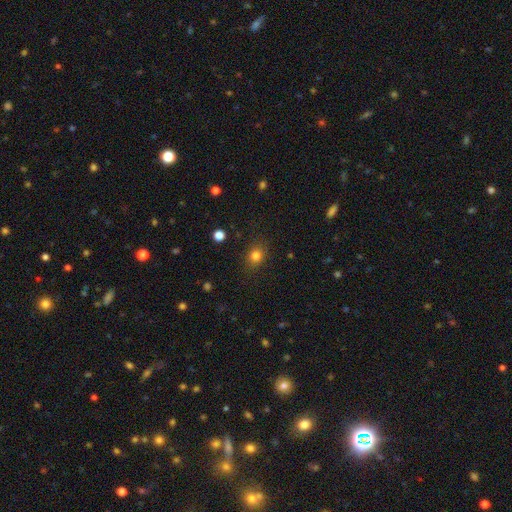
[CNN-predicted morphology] Smooth or featured? Predicted: smooth (p=0.81). How rounded? Predicted: round (p=0.60). Merging? Predicted: none (p=0.84).